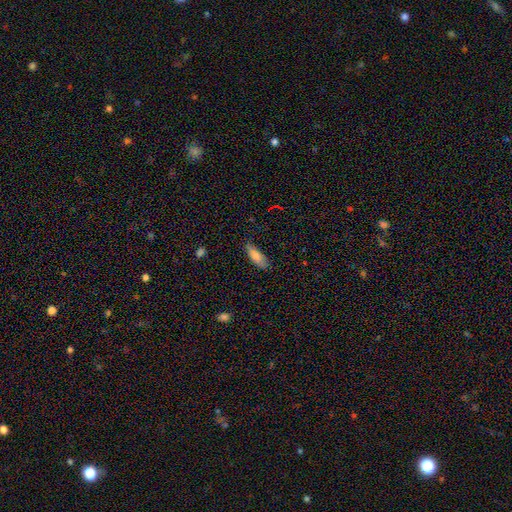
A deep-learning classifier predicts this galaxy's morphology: Smooth or featured?
  - smooth: 81% *
  - featured or disk: 12%
  - star or artifact: 7%
How rounded?
  - in between: 65% *
  - cigar-shaped: 33%
  - round: 2%
Merging?
  - none: 76% *
  - minor disturbance: 19%
  - major disturbance: 3%
  - merger: 1%